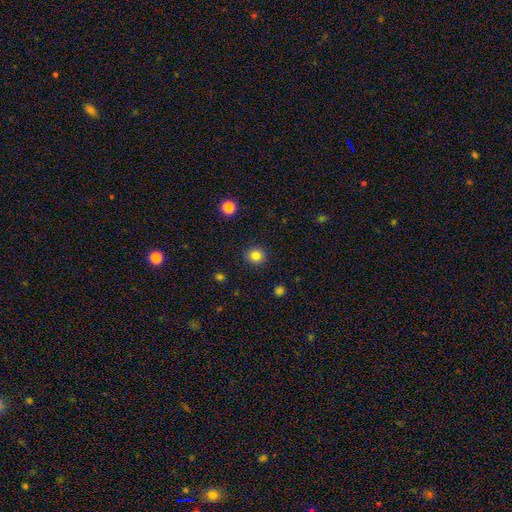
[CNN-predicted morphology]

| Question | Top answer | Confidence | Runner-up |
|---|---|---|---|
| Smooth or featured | smooth | 82% | star or artifact (11%) |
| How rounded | round | 90% | in between (9%) |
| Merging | none | 91% | minor disturbance (6%) |